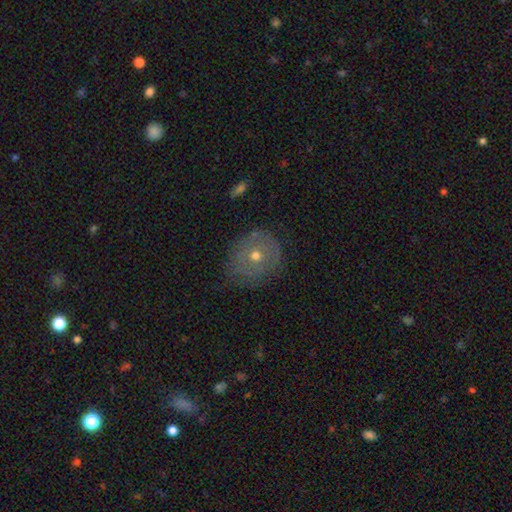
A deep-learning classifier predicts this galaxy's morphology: Smooth or featured? Predicted: featured or disk (p=0.45). Merging? Predicted: none (p=0.69).